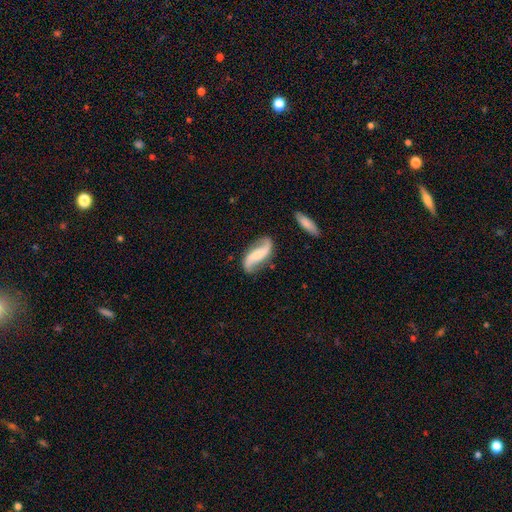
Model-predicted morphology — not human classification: Smooth or featured? featured or disk (81%)
Edge-on disk? no (94%)
Bar? no (43%)
Spiral arms? yes (95%)
Spiral winding? loose (81%)
Spiral arm count? 2 (93%)
Bulge size? small (45%)
Merging? none (77%)